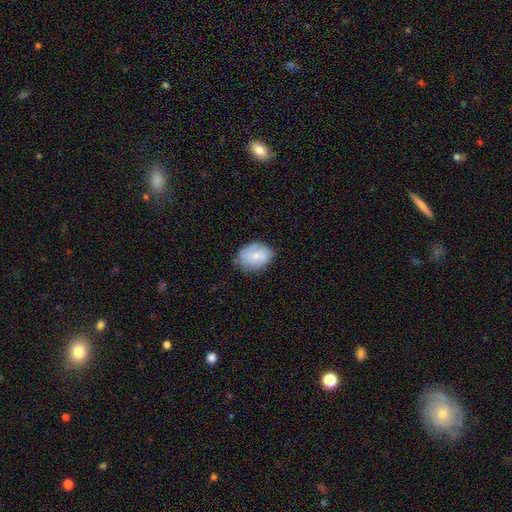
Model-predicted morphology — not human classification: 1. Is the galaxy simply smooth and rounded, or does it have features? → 65% smooth, 28% featured or disk, 7% star or artifact.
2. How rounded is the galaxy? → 71% in between, 28% round, 1% cigar-shaped.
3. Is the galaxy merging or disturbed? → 72% none, 22% minor disturbance, 5% major disturbance, 2% merger.